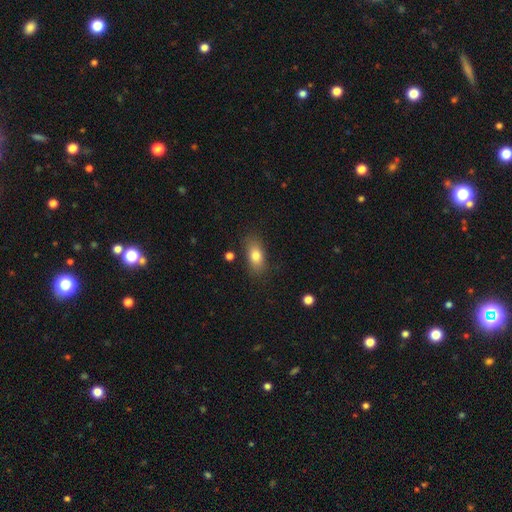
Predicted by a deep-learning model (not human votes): Smooth or featured? smooth (80%)
How rounded? in between (84%)
Merging? none (79%)